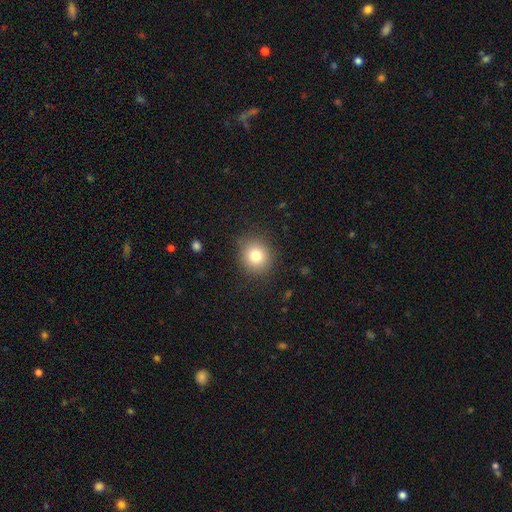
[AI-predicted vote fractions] This is likely a smooth galaxy (80%). How rounded: clearly round (84%). Merging: clearly none (87%).